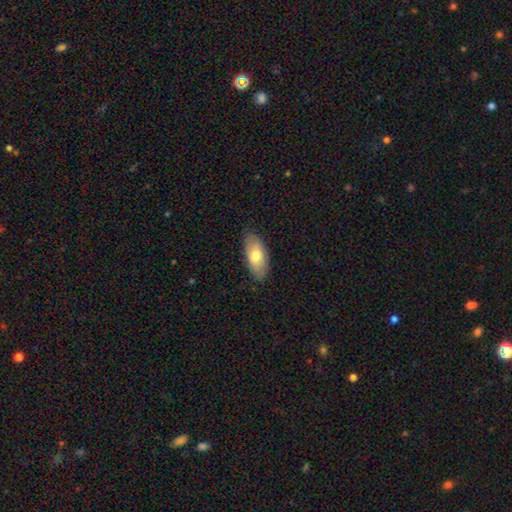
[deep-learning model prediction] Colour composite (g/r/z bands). It shows a smooth galaxy with no disk features (71%) that is in between round and cigar-shaped (87%). Merging: none (84%).